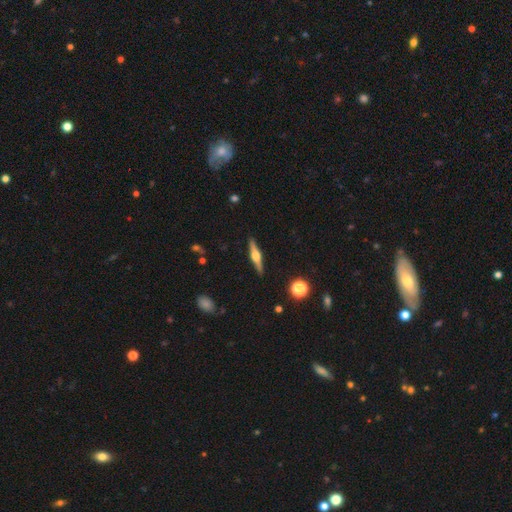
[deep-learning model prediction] Smooth or featured?
  - featured or disk: 74% *
  - smooth: 20%
  - star or artifact: 6%
Edge-on disk?
  - yes: 98% *
  - no: 2%
Edge-on bulge?
  - rounded: 93% *
  - boxy: 5%
  - none: 2%
Merging?
  - none: 91% *
  - minor disturbance: 7%
  - major disturbance: 2%
  - merger: 1%